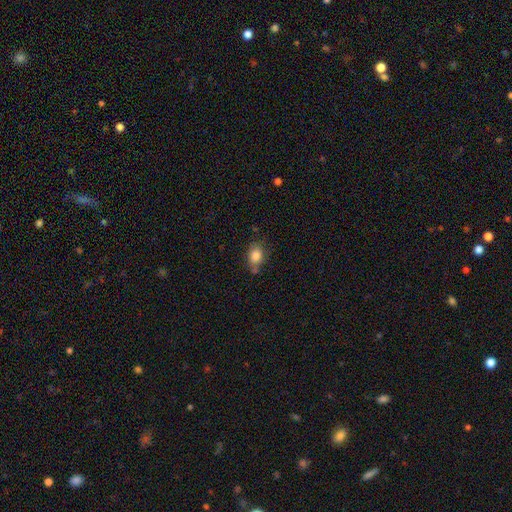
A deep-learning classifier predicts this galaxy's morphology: Smooth or featured: smooth — 84% (star or artifact — 9%)
How rounded: in between — 66% (round — 33%)
Merging: none — 65% (minor disturbance — 21%)